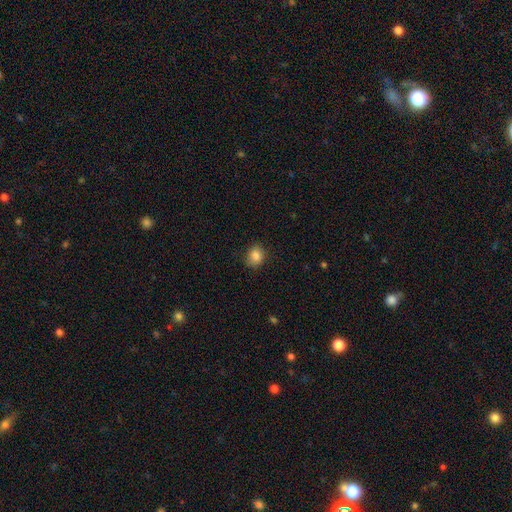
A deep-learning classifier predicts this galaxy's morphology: The model was most divided on "how rounded": round: 57%, in between: 42%, cigar-shaped: 1%. More confident: merging — none (84%); smooth or featured — smooth (84%).